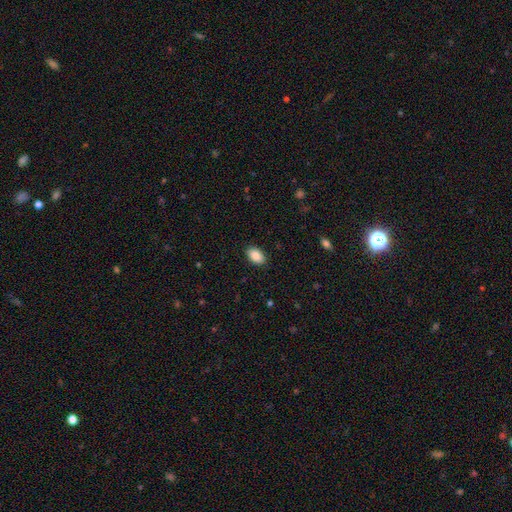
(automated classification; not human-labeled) The model was most divided on "merging": none: 89%, minor disturbance: 8%, major disturbance: 2%, merger: 1%. More confident: how rounded — in between (91%); smooth or featured — smooth (89%).